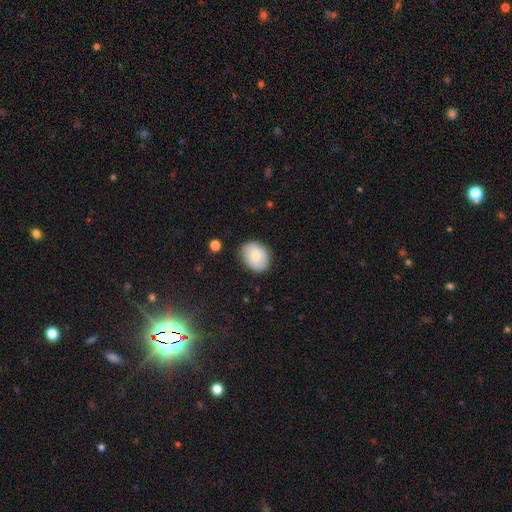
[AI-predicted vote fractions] Overall: smooth (74%). How rounded: in between (60%; round 39%). Merging: none (78%).